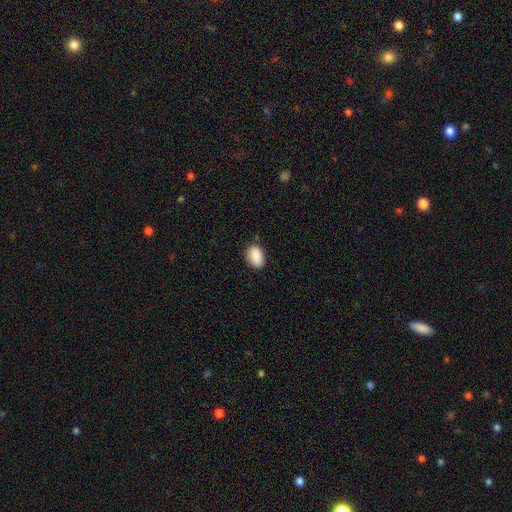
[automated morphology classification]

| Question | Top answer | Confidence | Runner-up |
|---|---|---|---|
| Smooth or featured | smooth | 89% | star or artifact (7%) |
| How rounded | in between | 88% | round (10%) |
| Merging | none | 80% | minor disturbance (15%) |